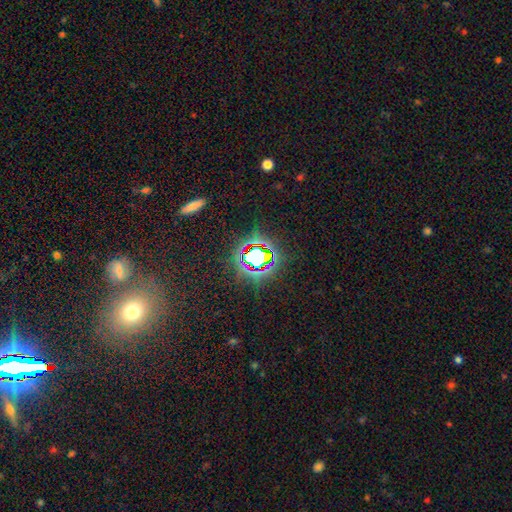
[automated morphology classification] Smooth or featured?
  - star or artifact: 71% *
  - smooth: 19%
  - featured or disk: 11%